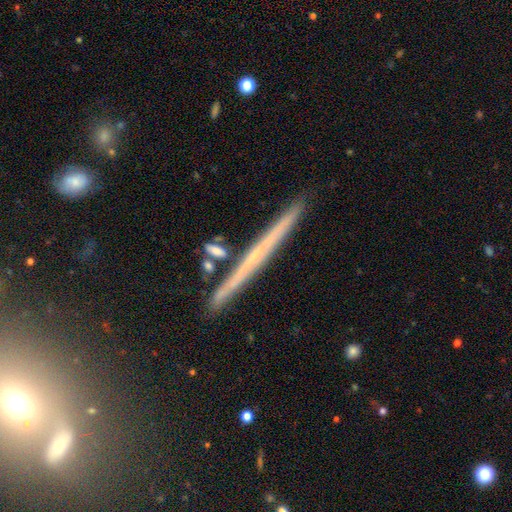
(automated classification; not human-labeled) Smooth or featured? featured or disk (63%)
Edge-on disk? yes (98%)
Edge-on bulge? none (74%)
Merging? none (89%)